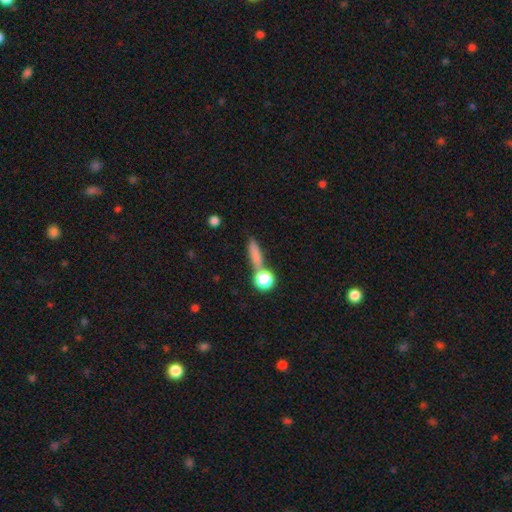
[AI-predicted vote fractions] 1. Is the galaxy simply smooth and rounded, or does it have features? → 75% smooth, 13% featured or disk, 12% star or artifact.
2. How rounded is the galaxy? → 56% cigar-shaped, 25% in between, 20% round.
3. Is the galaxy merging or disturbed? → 59% none, 22% merger, 13% minor disturbance, 6% major disturbance.